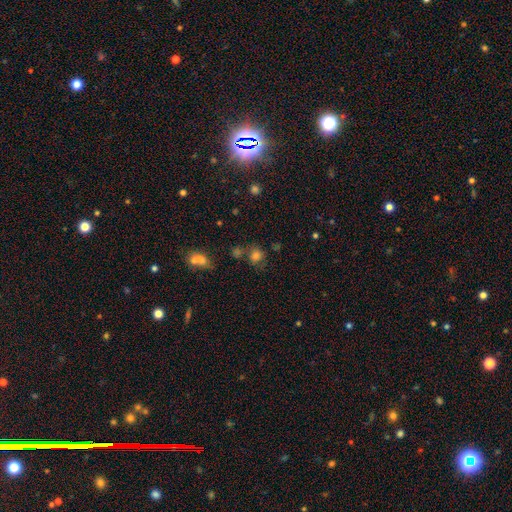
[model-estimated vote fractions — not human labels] A smooth galaxy with no disk features (73%) that is round (76%).

Vote fractions:
- Smooth or featured? smooth: 73% / star or artifact: 17% / featured or disk: 10%
- How rounded? round: 76% / in between: 23% / cigar-shaped: 1%
- Merging? none: 60% / merger: 16% / minor disturbance: 16% / major disturbance: 8%